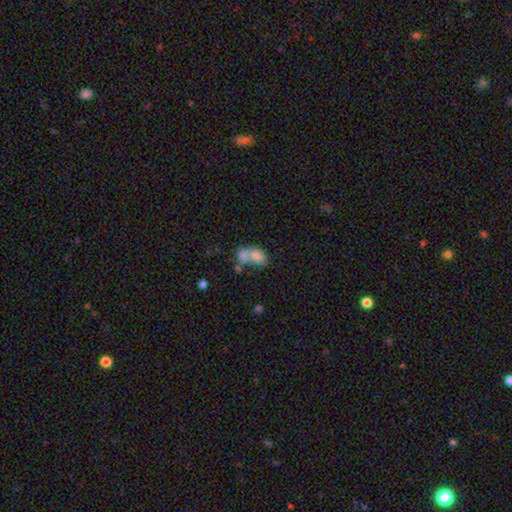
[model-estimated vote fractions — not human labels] This is likely a smooth galaxy (73%). How rounded: likely in between (77%). Merging: likely merger (65%).